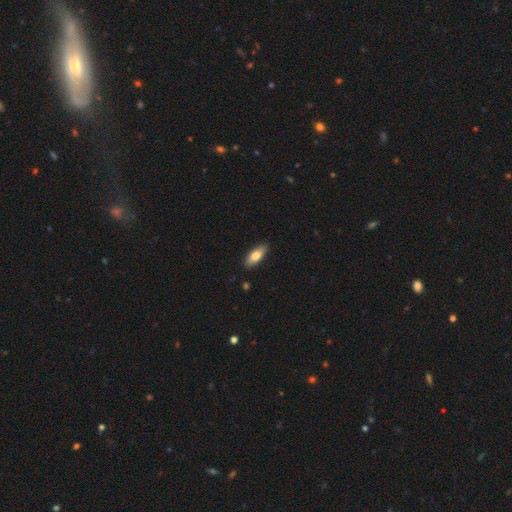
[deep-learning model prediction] Morphology: type=smooth (75%); roundness=in between (71%); merging=none (87%).